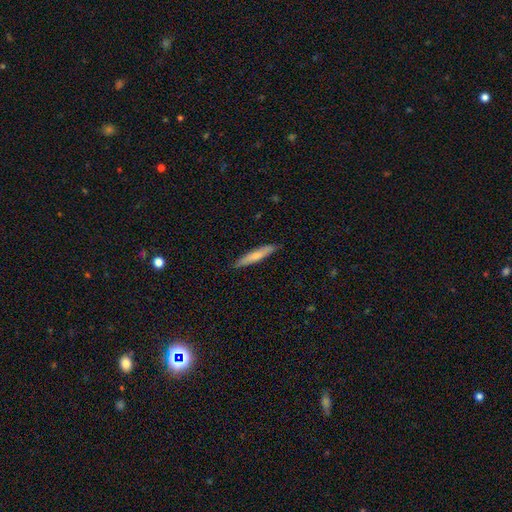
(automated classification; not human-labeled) smooth 70%, featured or disk 25%, star or artifact 6%. Down the decision tree: how rounded — cigar-shaped (92%); merging — none (88%).